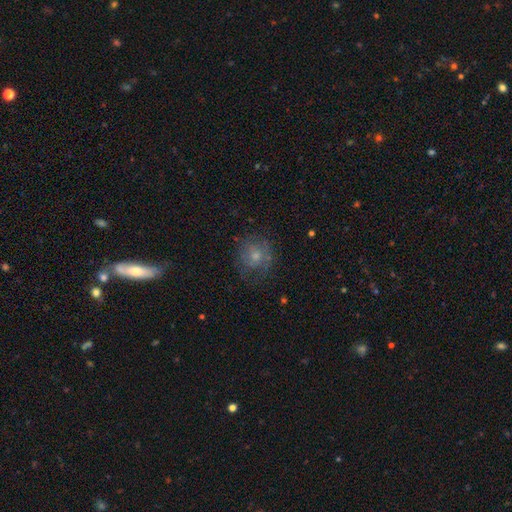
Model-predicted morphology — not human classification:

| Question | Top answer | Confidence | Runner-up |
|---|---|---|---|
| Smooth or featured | smooth | 52% | featured or disk (37%) |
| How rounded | round | 77% | in between (22%) |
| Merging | none | 61% | minor disturbance (22%) |